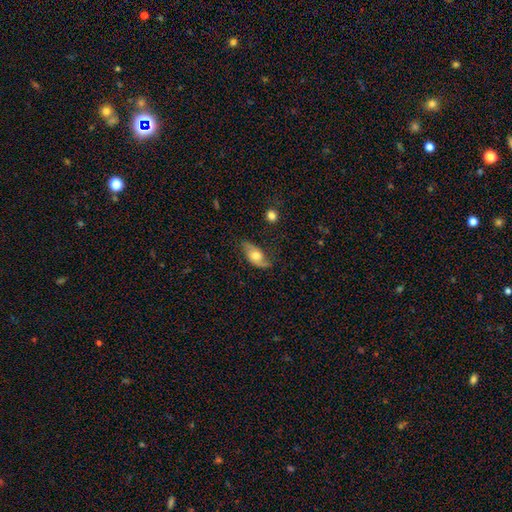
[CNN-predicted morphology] A featured or disk galaxy (50%).

Vote fractions:
- Smooth or featured? featured or disk: 50% / smooth: 43% / star or artifact: 7%
- Merging? none: 68% / minor disturbance: 23% / major disturbance: 7% / merger: 2%